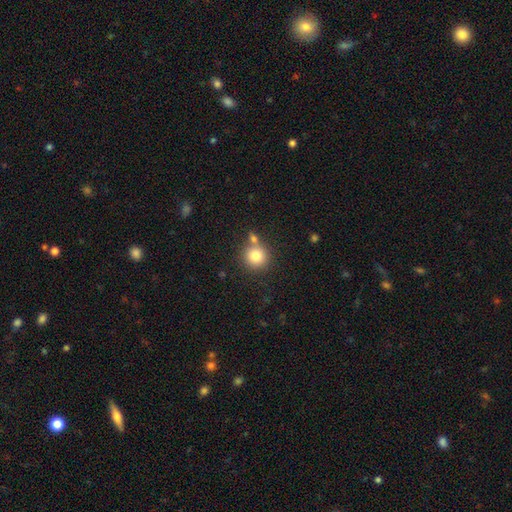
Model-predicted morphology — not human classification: Smooth or featured?
  - smooth: 80% *
  - star or artifact: 11%
  - featured or disk: 9%
How rounded?
  - round: 92% *
  - in between: 7%
  - cigar-shaped: 1%
Merging?
  - none: 66% *
  - merger: 21%
  - minor disturbance: 10%
  - major disturbance: 3%